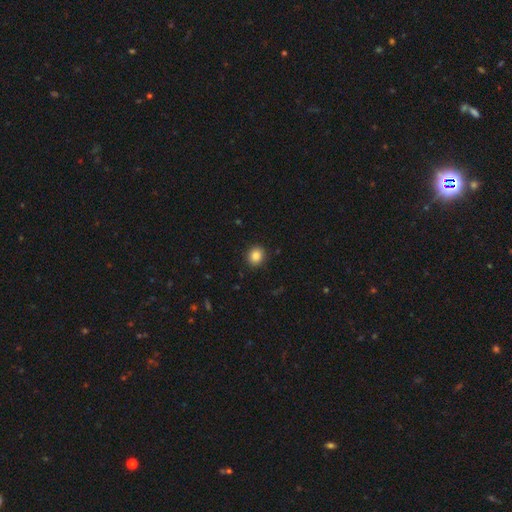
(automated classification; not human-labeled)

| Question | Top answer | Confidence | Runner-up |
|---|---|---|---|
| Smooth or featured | smooth | 86% | star or artifact (10%) |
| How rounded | round | 75% | in between (24%) |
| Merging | none | 90% | minor disturbance (7%) |